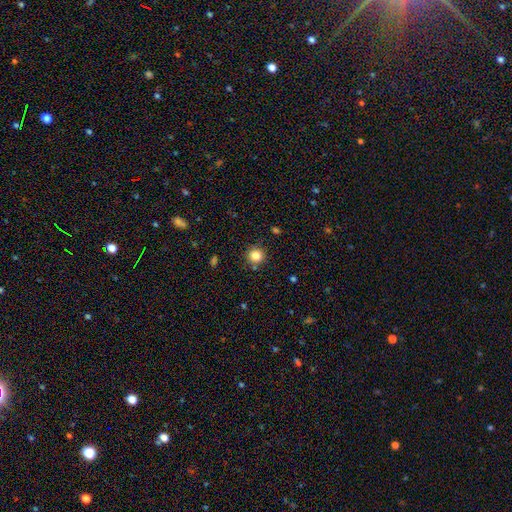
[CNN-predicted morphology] smooth 84%, star or artifact 11%, featured or disk 5%. Down the decision tree: how rounded — round (92%); merging — none (87%).